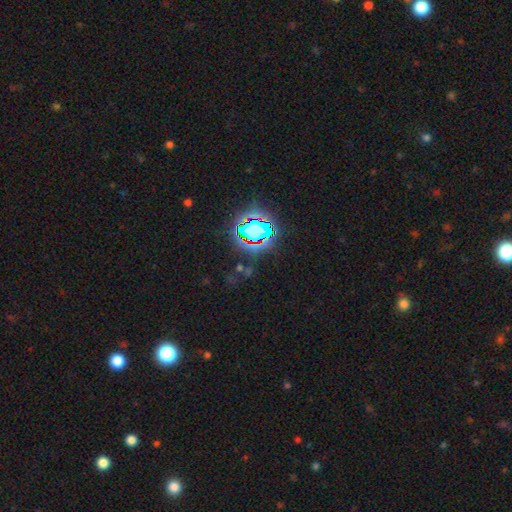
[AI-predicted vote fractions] smooth_or_featured: star or artifact (p=0.82) [alt: smooth p=0.11]